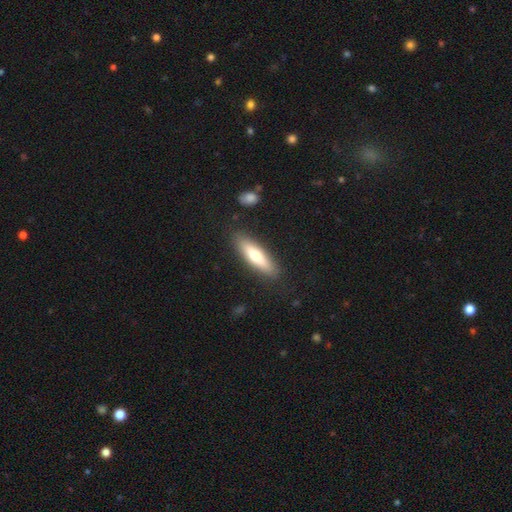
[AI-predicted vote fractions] Smooth or featured? smooth (63%)
How rounded? cigar-shaped (65%)
Merging? none (86%)